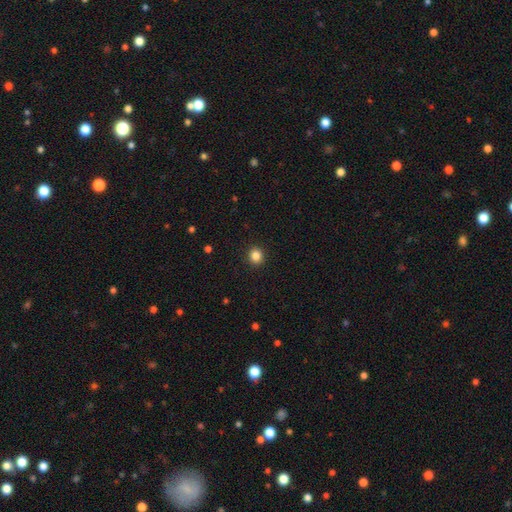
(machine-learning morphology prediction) Smooth or featured: smooth — 85% (star or artifact — 11%)
How rounded: round — 87% (in between — 12%)
Merging: none — 92% (minor disturbance — 5%)